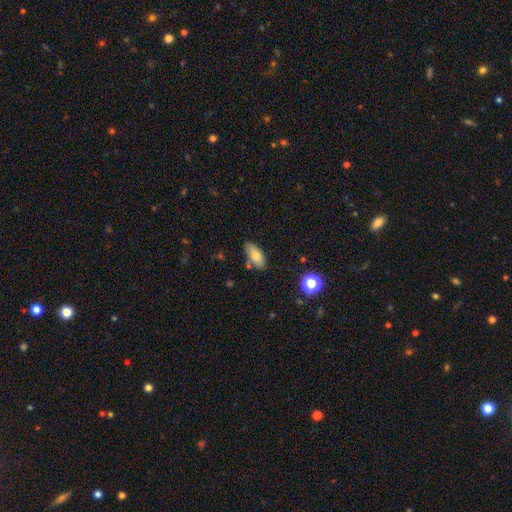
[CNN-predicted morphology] Smooth or featured?
  - smooth: 79% *
  - featured or disk: 13%
  - star or artifact: 8%
How rounded?
  - in between: 88% *
  - cigar-shaped: 8%
  - round: 4%
Merging?
  - none: 71% *
  - minor disturbance: 19%
  - merger: 7%
  - major disturbance: 4%